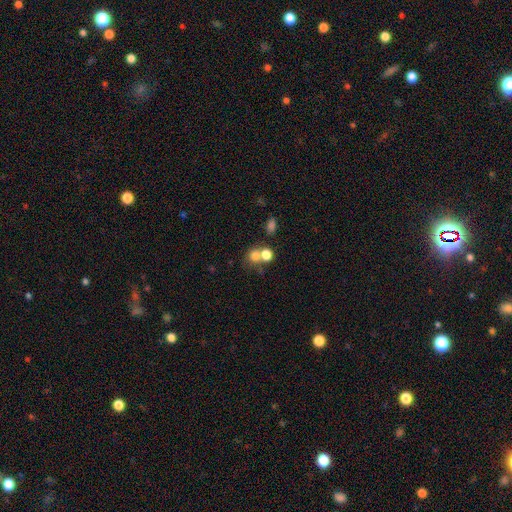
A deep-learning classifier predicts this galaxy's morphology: Smooth or featured?
  - smooth: 74% *
  - star or artifact: 14%
  - featured or disk: 11%
How rounded?
  - round: 76% *
  - in between: 23%
  - cigar-shaped: 1%
Merging?
  - merger: 44% *
  - none: 43%
  - minor disturbance: 8%
  - major disturbance: 5%